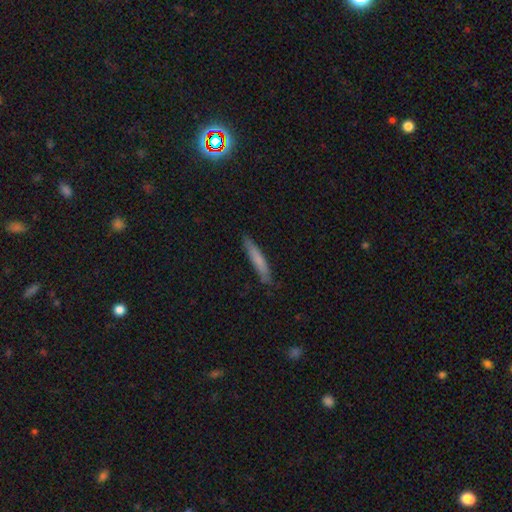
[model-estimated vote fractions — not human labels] This is likely a smooth galaxy (62%). How rounded: clearly cigar-shaped (94%). Merging: clearly none (87%).